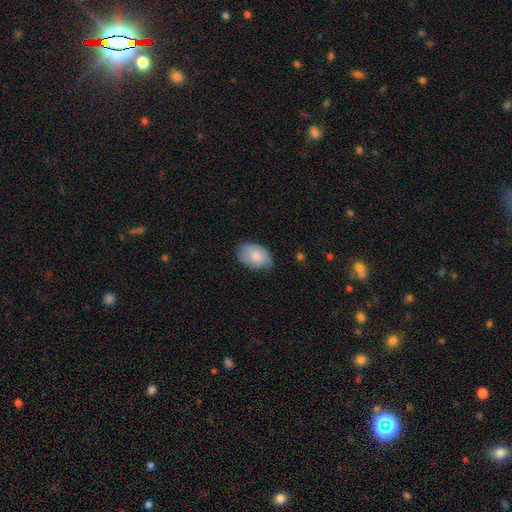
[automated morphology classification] smooth_or_featured: smooth (p=0.79) [alt: featured or disk p=0.15]
how_rounded: in between (p=0.85) [alt: round p=0.14]
merging: none (p=0.69) [alt: minor disturbance p=0.26]